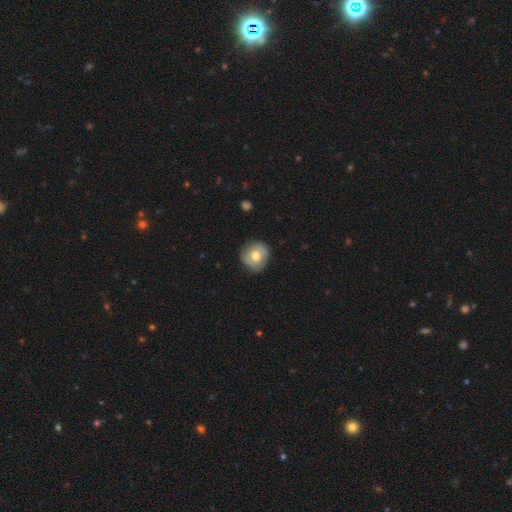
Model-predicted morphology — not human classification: smooth 59%, featured or disk 34%, star or artifact 7%. Down the decision tree: how rounded — round (85%); merging — none (77%).